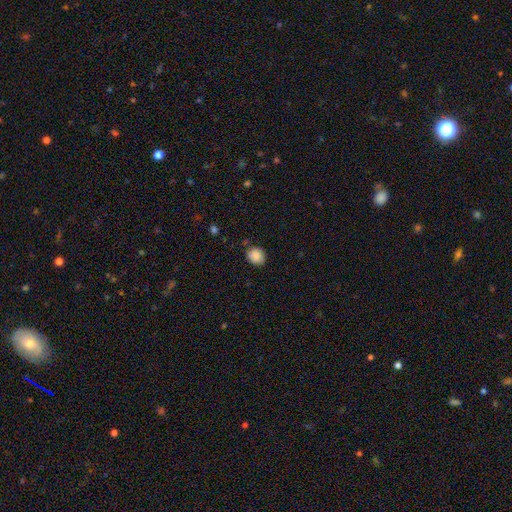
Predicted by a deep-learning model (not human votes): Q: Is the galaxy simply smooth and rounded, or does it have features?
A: smooth — 84%.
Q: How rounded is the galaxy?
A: round — 71%.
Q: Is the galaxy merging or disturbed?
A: none — 78%.